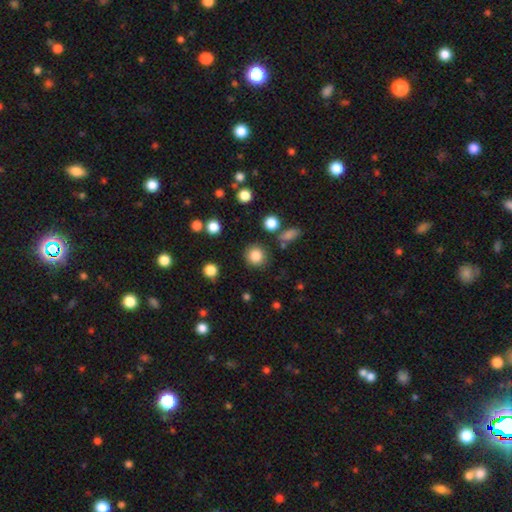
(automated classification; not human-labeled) smooth_or_featured: smooth (p=0.85) [alt: star or artifact p=0.10]
how_rounded: round (p=0.92) [alt: in between p=0.07]
merging: none (p=0.86) [alt: minor disturbance p=0.08]